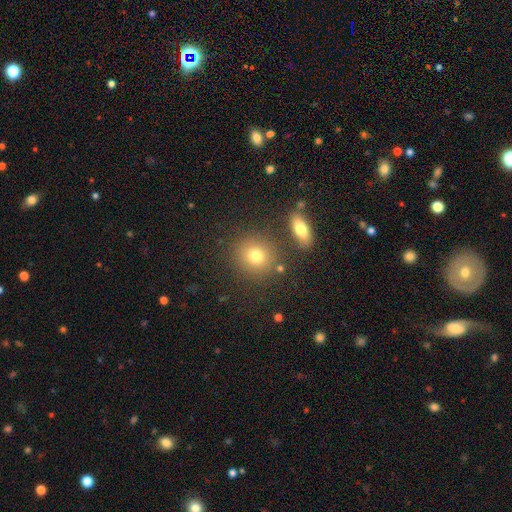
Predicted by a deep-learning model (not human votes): smooth 77%, star or artifact 13%, featured or disk 10%. Down the decision tree: how rounded — round (84%); merging — none (80%).